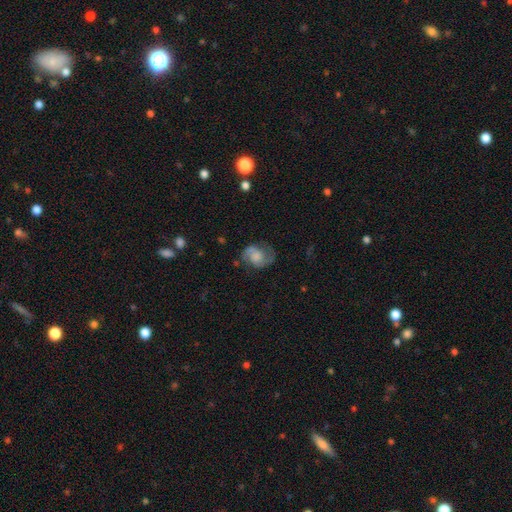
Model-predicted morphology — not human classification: type=featured or disk (75%); edge-on=no (98%); bar=no (63%); spiral arms=yes (94%); winding=medium (51%); arm count=2 (88%); bulge=none (28%); merging=none (70%).